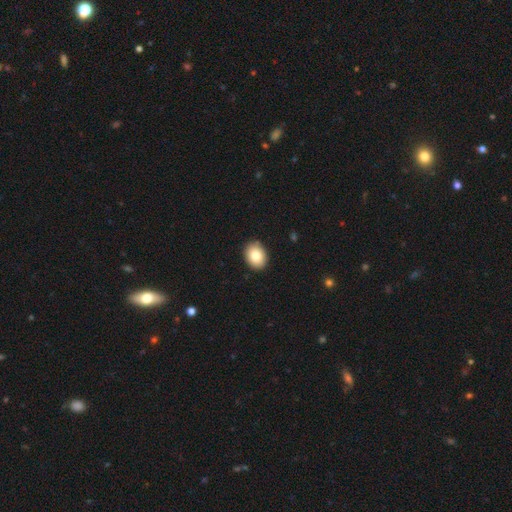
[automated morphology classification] Overall: smooth (81%). How rounded: in between (58%; round 41%). Merging: none (90%).